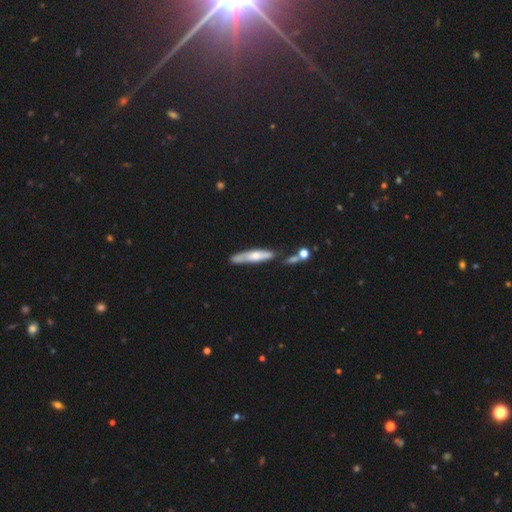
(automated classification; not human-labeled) Smooth or featured? smooth (56%)
How rounded? cigar-shaped (83%)
Merging? none (58%)